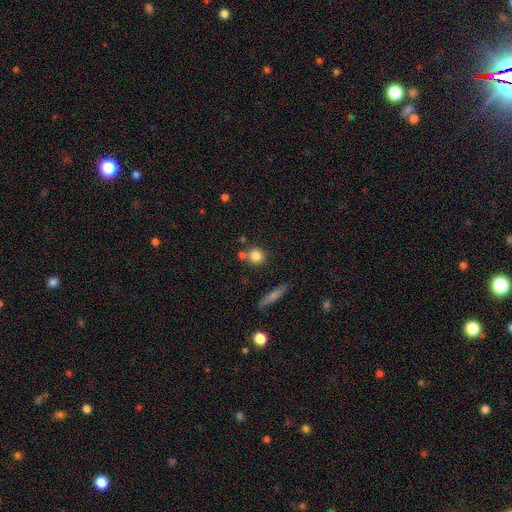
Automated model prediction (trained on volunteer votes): This is clearly a smooth galaxy (81%). How rounded: clearly round (86%). Merging: likely none (65%).